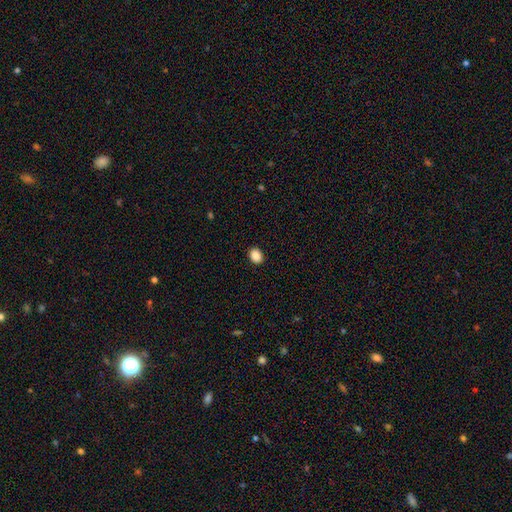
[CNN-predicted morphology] smooth-or-featured: smooth: 89% | star or artifact: 8% | featured or disk: 2%
  how-rounded: in between: 60% | round: 39% | cigar-shaped: 1%
  merging: none: 91% | minor disturbance: 6% | major disturbance: 2% | merger: 1%